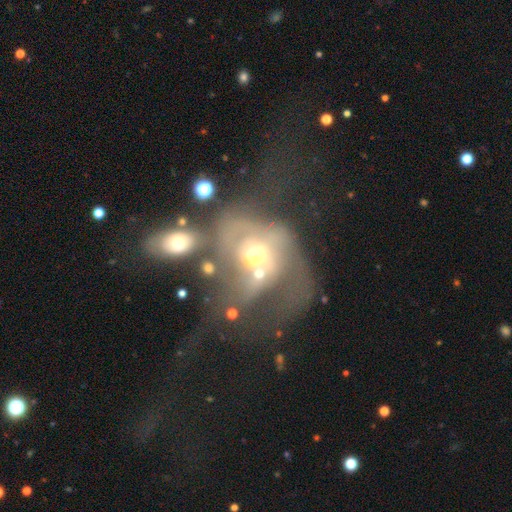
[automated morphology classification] A featured or disk galaxy (63%) with no bar (76%), spiral arms (57%) and a moderate central bulge (59%). Merging: merger (52%).